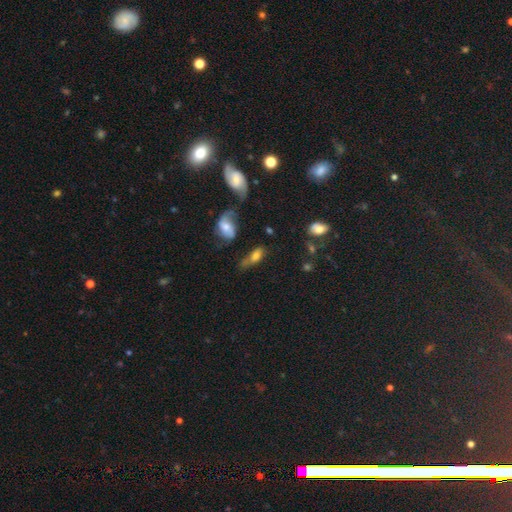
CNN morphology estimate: Q: Smooth or featured?
A: smooth (64%); runner-up: featured or disk (24%)
Q: How rounded?
A: in between (78%); runner-up: cigar-shaped (15%)
Q: Merging?
A: none (38%); runner-up: minor disturbance (27%)